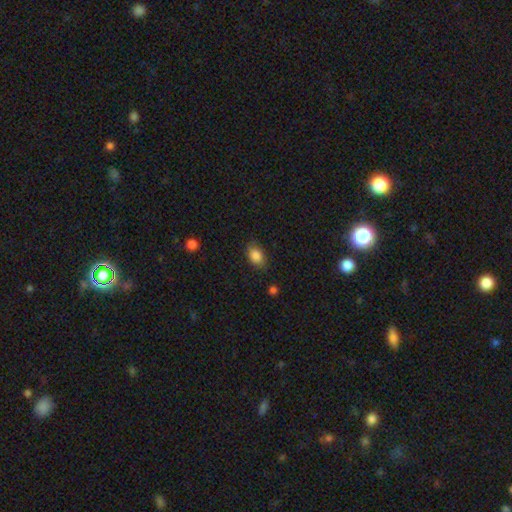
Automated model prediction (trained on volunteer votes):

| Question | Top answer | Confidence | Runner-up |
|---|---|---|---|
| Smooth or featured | smooth | 85% | star or artifact (9%) |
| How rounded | in between | 82% | round (17%) |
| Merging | none | 80% | minor disturbance (16%) |